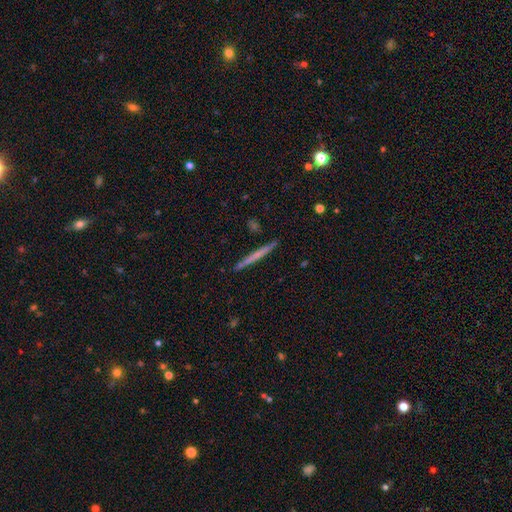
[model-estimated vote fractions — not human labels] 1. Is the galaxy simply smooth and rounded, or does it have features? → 47% smooth (tied), 47% featured or disk (tied), 6% star or artifact.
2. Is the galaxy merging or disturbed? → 90% none, 7% minor disturbance, 2% merger, 1% major disturbance.